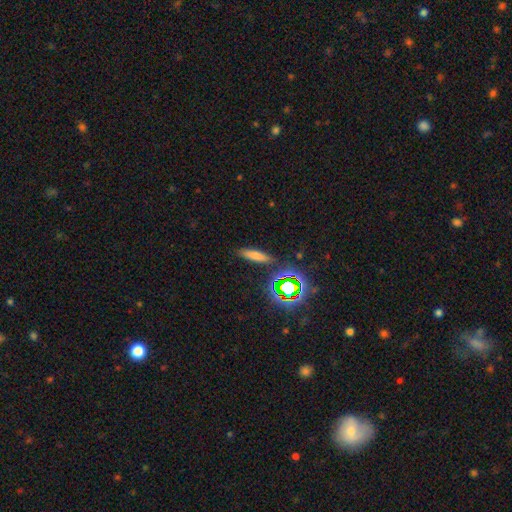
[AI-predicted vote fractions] A smooth galaxy with no disk features (68%) that is cigar-shaped (71%). Merging: none (85%).